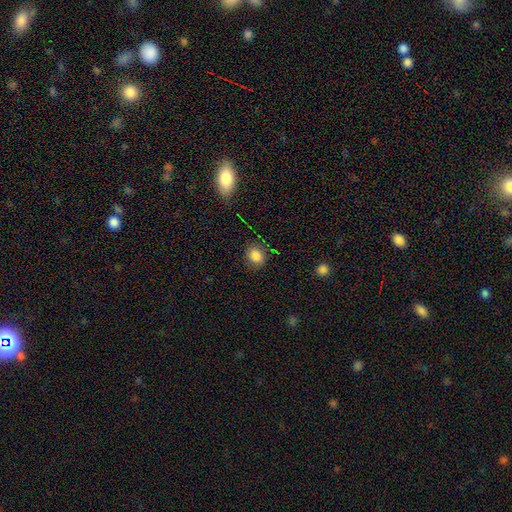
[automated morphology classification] Smooth or featured? smooth (85%)
How rounded? round (61%)
Merging? none (80%)